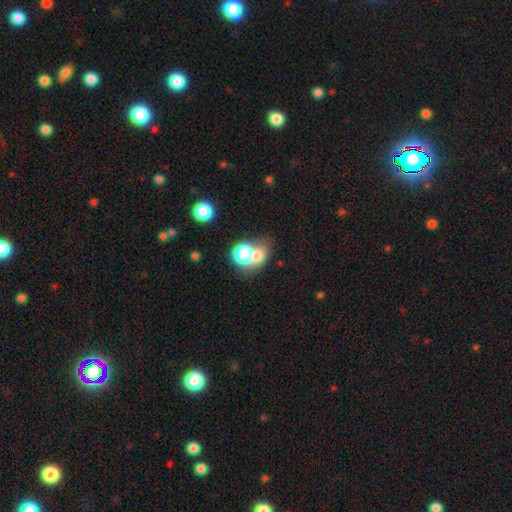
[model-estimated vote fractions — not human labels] This is likely a smooth galaxy (67%). How rounded: possibly round (59%). Merging: possibly merger (50%).